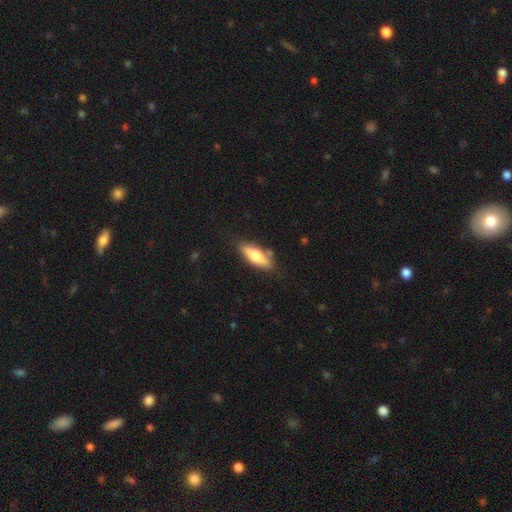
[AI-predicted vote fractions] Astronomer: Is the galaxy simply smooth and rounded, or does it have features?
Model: smooth — 65%.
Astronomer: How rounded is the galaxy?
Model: in between — 59% (runner-up: cigar-shaped, 38%).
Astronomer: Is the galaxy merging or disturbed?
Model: none — 77%.